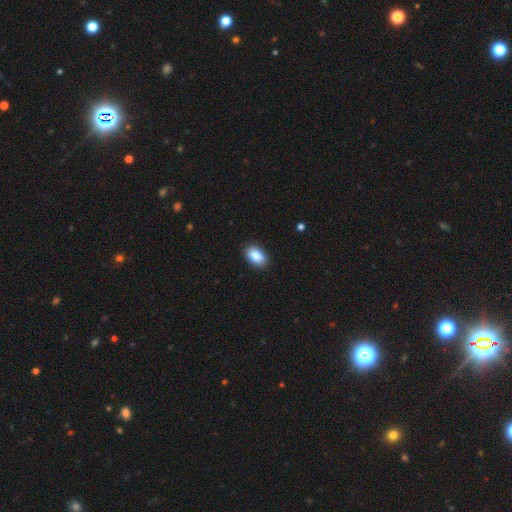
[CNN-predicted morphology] smooth 87%, star or artifact 7%, featured or disk 5%. Down the decision tree: how rounded — in between (91%); merging — none (89%).